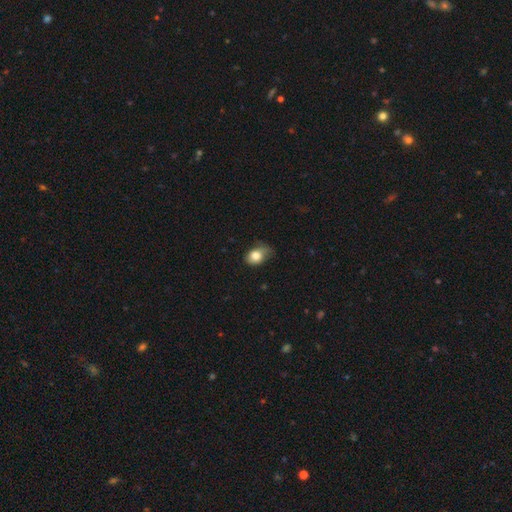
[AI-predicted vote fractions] The model was most divided on "merging": none: 44%, minor disturbance: 40%, major disturbance: 14%, merger: 2%. More confident: smooth or featured — smooth (79%); how rounded — in between (68%).